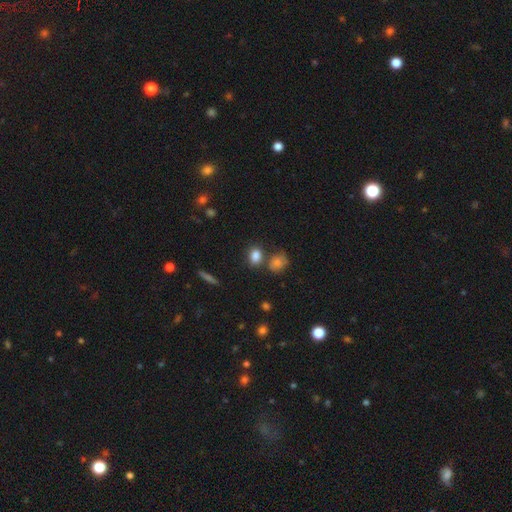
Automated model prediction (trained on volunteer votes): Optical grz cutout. It shows a smooth galaxy with no disk features (84%) that is in between round and cigar-shaped (66%). Merging: none (64%).